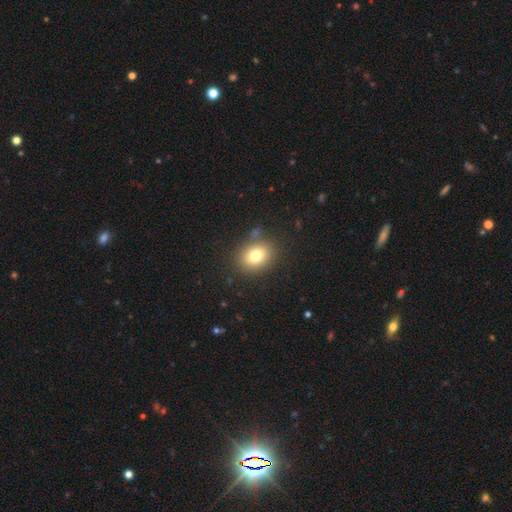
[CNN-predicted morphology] smooth-or-featured: smooth: 77% | featured or disk: 11% | star or artifact: 11%
  how-rounded: in between: 56% | round: 43% | cigar-shaped: 1%
  merging: none: 82% | minor disturbance: 10% | merger: 4% | major disturbance: 4%